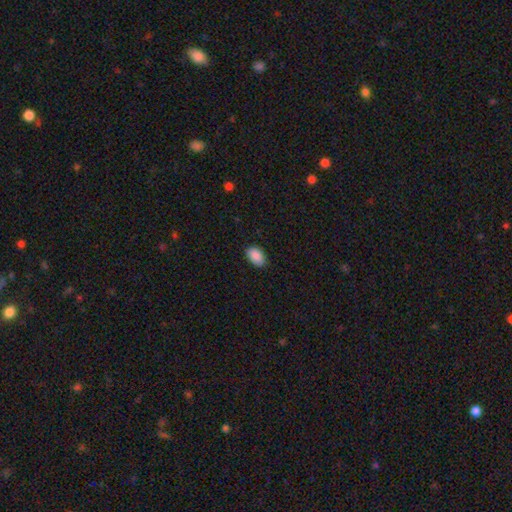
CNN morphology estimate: Smooth or featured?
  - smooth: 90% *
  - star or artifact: 7%
  - featured or disk: 3%
How rounded?
  - in between: 92% *
  - round: 6%
  - cigar-shaped: 1%
Merging?
  - none: 86% *
  - minor disturbance: 11%
  - major disturbance: 2%
  - merger: 1%